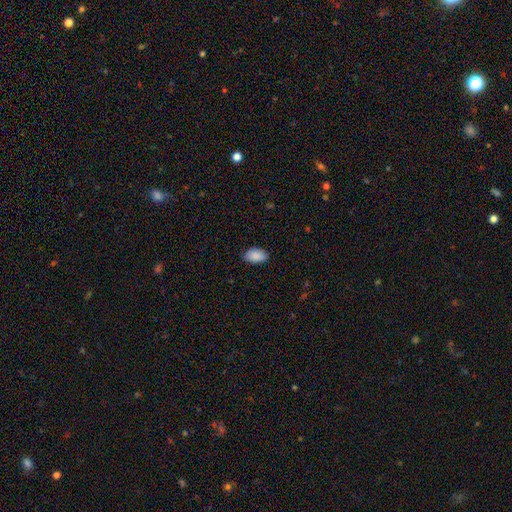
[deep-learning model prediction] Q: Smooth or featured?
A: smooth (90%); runner-up: star or artifact (6%)
Q: How rounded?
A: in between (94%); runner-up: round (4%)
Q: Merging?
A: none (84%); runner-up: minor disturbance (12%)